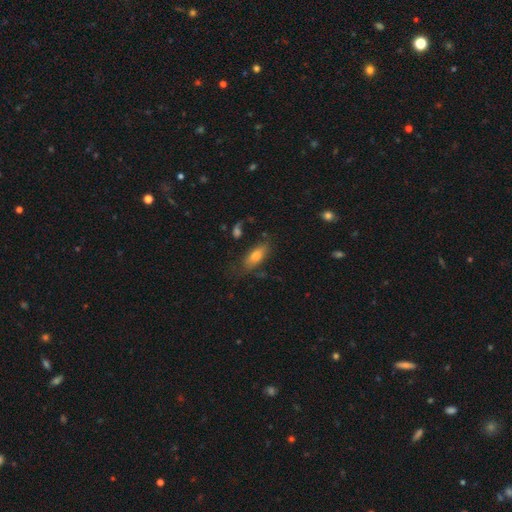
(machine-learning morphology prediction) A smooth galaxy with no disk features (69%) that is in between round and cigar-shaped (73%). Merging: none (66%).